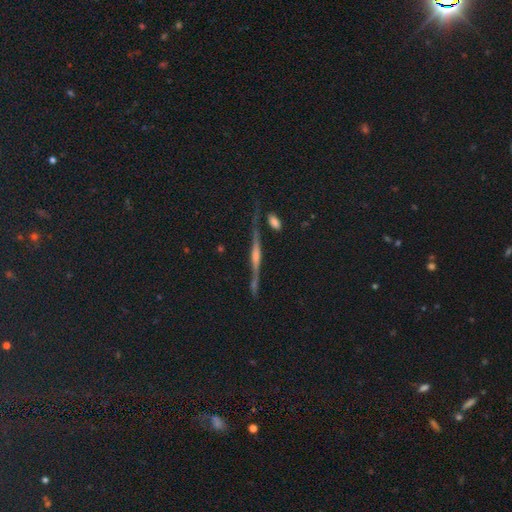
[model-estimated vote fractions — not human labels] This is likely a featured or disk galaxy (65%). It is clearly viewed edge-on (91%). Edge-on bulge: possibly rounded (53%). Merging: likely none (78%).